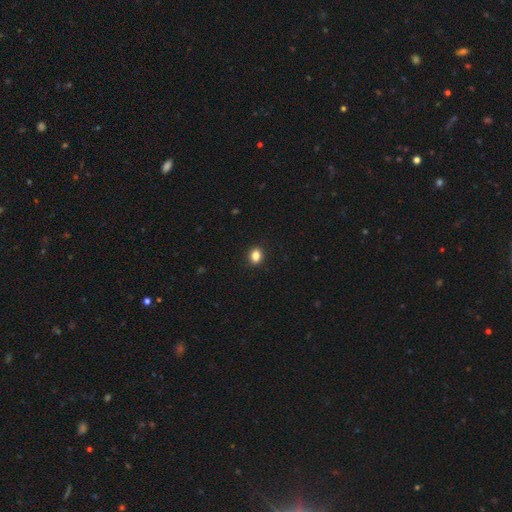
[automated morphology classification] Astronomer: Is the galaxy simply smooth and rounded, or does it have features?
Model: smooth — 85%.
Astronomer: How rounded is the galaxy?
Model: in between — 51% (runner-up: round, 48%).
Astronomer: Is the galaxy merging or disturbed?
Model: none — 91%.